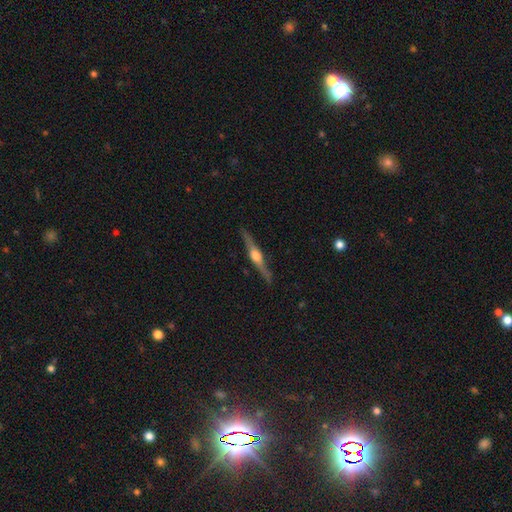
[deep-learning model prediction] A featured or disk galaxy (80%) viewed edge-on (98%) with a rounded central bulge (89%). Merging: none (88%).